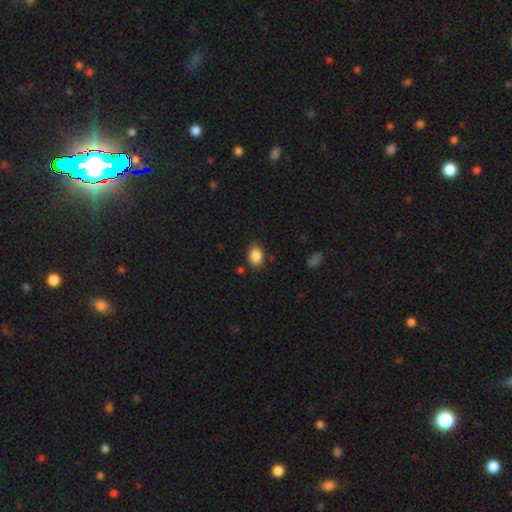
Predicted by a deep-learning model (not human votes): smooth 87%, star or artifact 8%, featured or disk 4%. Down the decision tree: how rounded — in between (76%); merging — none (83%).